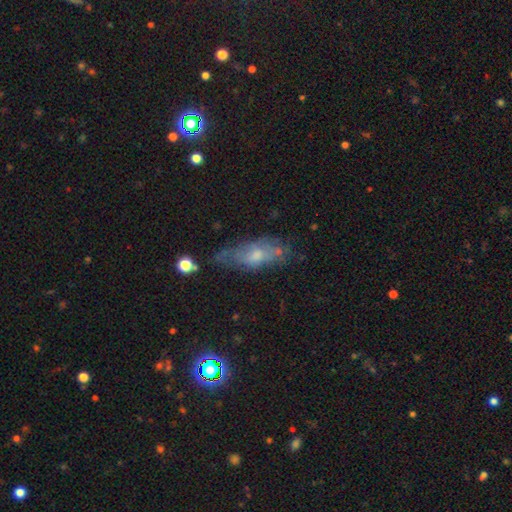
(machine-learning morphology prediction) Overall: smooth (48%; featured or disk 42%). Merging: none (48%; minor disturbance 30%).